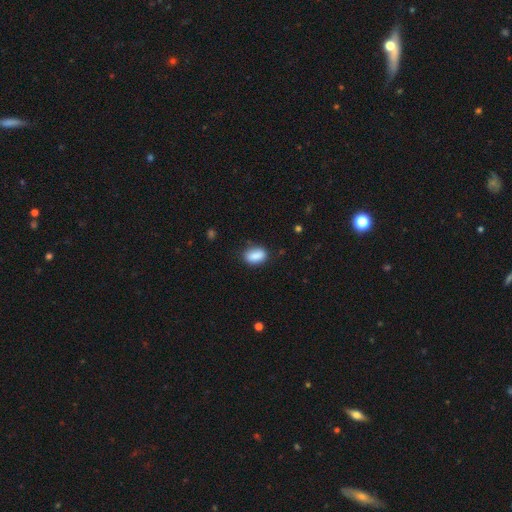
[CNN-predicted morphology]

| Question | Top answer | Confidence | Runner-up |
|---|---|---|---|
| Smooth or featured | smooth | 87% | star or artifact (7%) |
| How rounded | in between | 86% | round (11%) |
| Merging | none | 79% | minor disturbance (16%) |